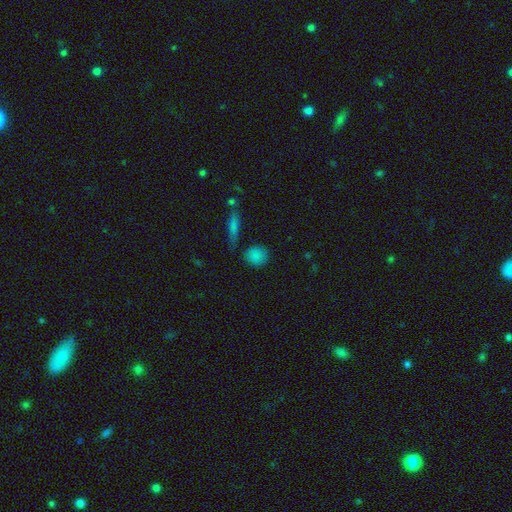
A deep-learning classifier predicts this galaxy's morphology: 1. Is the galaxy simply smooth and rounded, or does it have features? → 83% smooth, 11% star or artifact, 6% featured or disk.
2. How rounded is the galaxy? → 78% round, 19% in between, 3% cigar-shaped.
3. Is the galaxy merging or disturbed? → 77% none, 13% minor disturbance, 6% merger, 4% major disturbance.